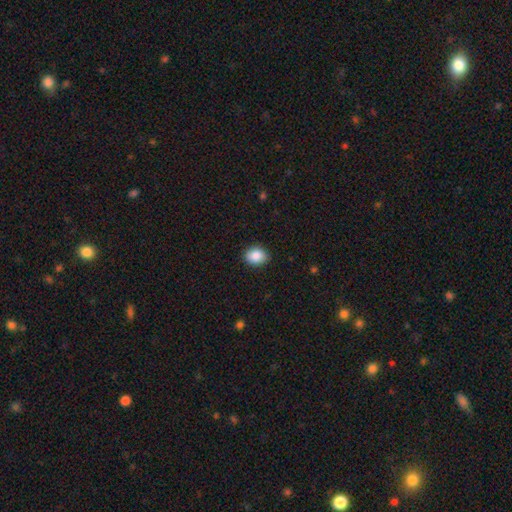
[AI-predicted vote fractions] This is clearly a smooth galaxy (88%). How rounded: possibly in between (55%). Merging: clearly none (88%).